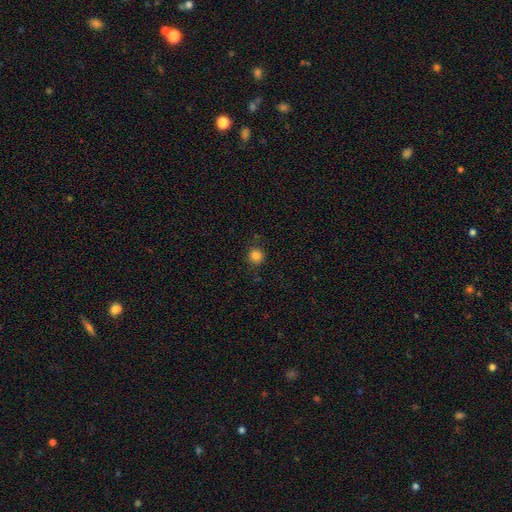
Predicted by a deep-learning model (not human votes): This appears to be a smooth galaxy with no disk features (84%) that is round (93%). Merging: none (85%).